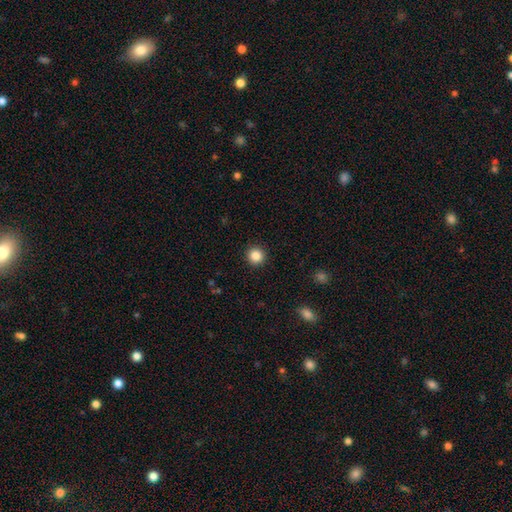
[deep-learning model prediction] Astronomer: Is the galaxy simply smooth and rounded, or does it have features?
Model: smooth — 85%.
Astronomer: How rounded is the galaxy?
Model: round — 96%.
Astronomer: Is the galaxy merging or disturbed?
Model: none — 93%.